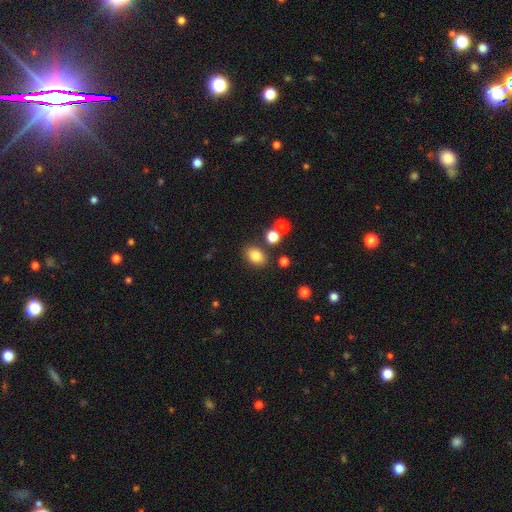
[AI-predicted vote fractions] Smooth or featured?
  - smooth: 81% *
  - star or artifact: 12%
  - featured or disk: 7%
How rounded?
  - in between: 67% *
  - round: 32%
  - cigar-shaped: 1%
Merging?
  - none: 81% *
  - minor disturbance: 10%
  - merger: 6%
  - major disturbance: 3%